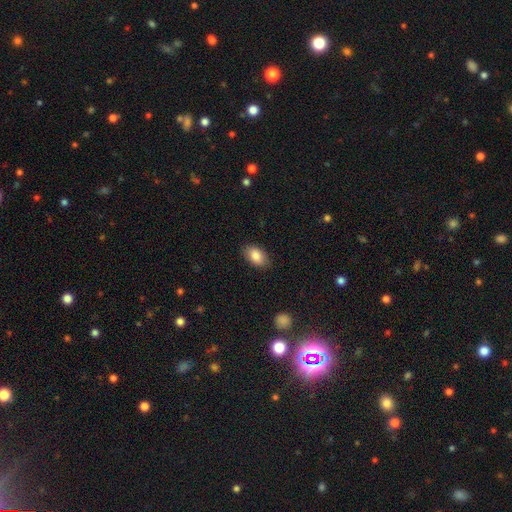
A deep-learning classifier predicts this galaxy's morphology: Smooth or featured?
  - smooth: 85% *
  - featured or disk: 8%
  - star or artifact: 7%
How rounded?
  - in between: 91% *
  - round: 7%
  - cigar-shaped: 2%
Merging?
  - none: 83% *
  - minor disturbance: 13%
  - major disturbance: 3%
  - merger: 1%